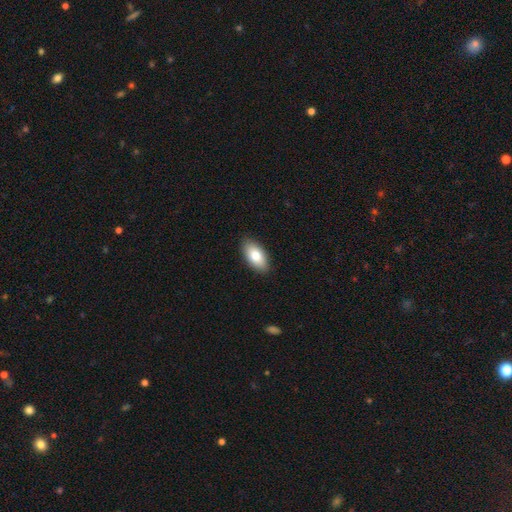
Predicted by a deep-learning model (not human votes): The model was most divided on "smooth or featured": smooth: 80%, featured or disk: 14%, star or artifact: 6%. More confident: how rounded — in between (94%); merging — none (89%).